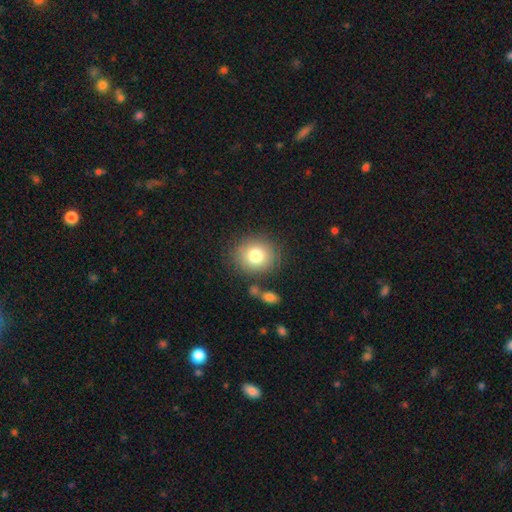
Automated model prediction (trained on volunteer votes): Smooth or featured: smooth — 79% (featured or disk — 11%)
How rounded: round — 81% (in between — 18%)
Merging: none — 78% (minor disturbance — 11%)